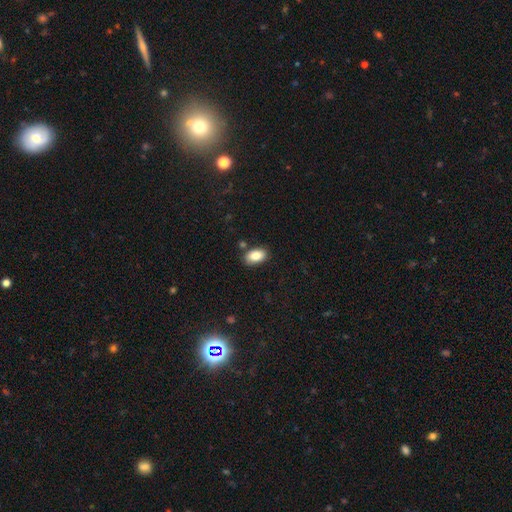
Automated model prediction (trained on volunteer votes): Smooth or featured?
  - smooth: 85% *
  - featured or disk: 8%
  - star or artifact: 7%
How rounded?
  - in between: 92% *
  - round: 7%
  - cigar-shaped: 2%
Merging?
  - none: 81% *
  - minor disturbance: 12%
  - merger: 5%
  - major disturbance: 3%